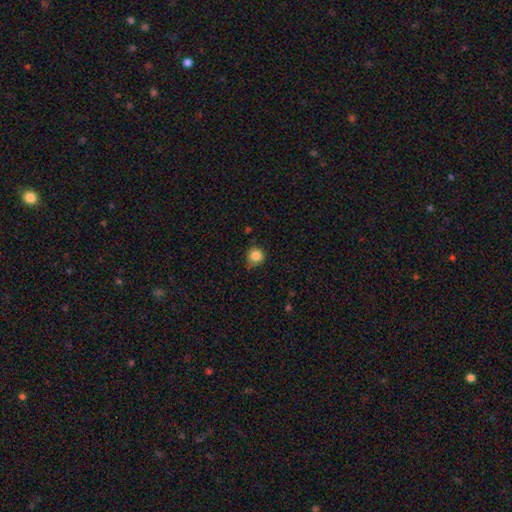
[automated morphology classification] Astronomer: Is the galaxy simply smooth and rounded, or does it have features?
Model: smooth — 85%.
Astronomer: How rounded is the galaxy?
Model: round — 93%.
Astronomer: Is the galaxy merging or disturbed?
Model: none — 73%.